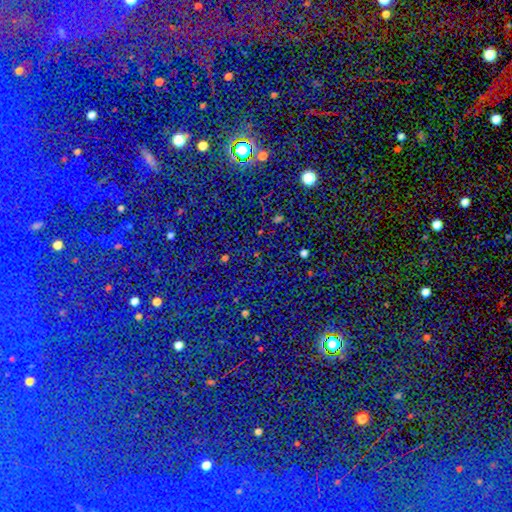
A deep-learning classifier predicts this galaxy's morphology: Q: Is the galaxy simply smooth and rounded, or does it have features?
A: star or artifact — 80%.